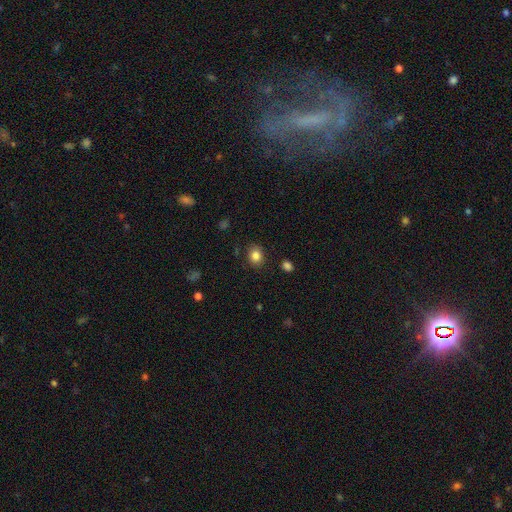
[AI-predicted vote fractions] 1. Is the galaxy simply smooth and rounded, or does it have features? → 84% smooth, 11% star or artifact, 5% featured or disk.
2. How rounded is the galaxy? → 68% round, 31% in between, 1% cigar-shaped.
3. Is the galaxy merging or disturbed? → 85% none, 10% minor disturbance, 3% major disturbance, 2% merger.